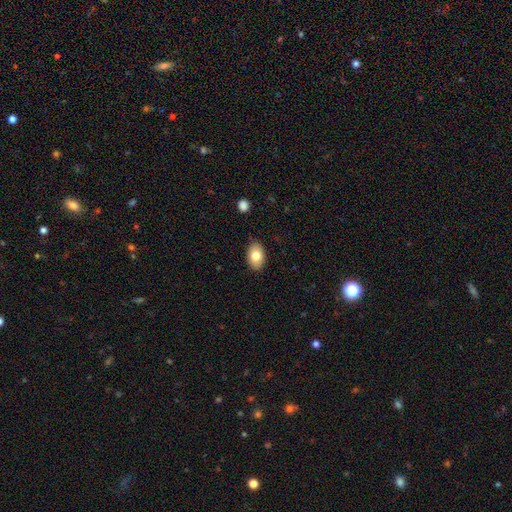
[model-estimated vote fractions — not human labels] smooth 79%, featured or disk 13%, star or artifact 7%. Down the decision tree: how rounded — in between (87%); merging — none (86%).